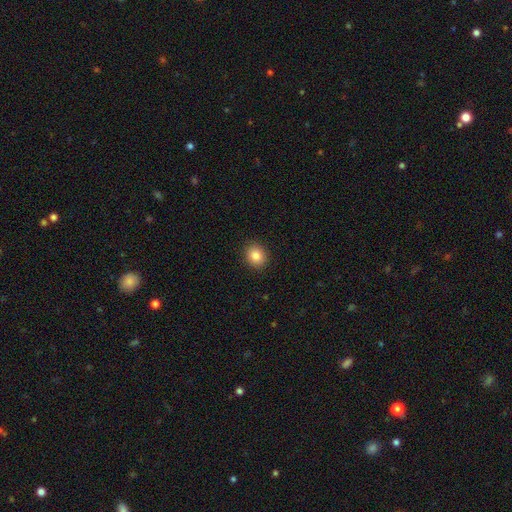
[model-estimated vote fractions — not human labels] This is clearly a smooth galaxy (86%). How rounded: likely round (72%). Merging: clearly none (90%).